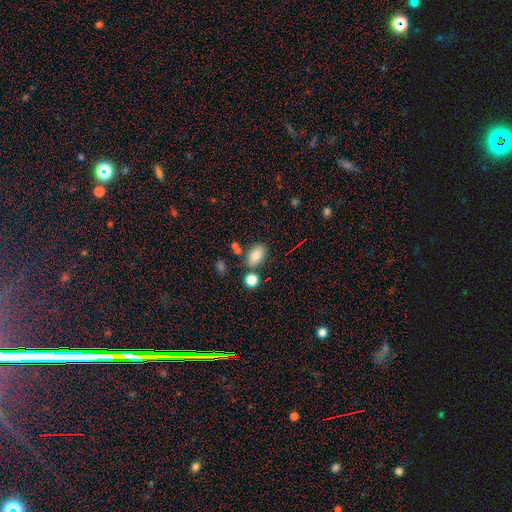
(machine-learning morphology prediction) Overall: smooth (82%). How rounded: in between (89%). Merging: none (73%).